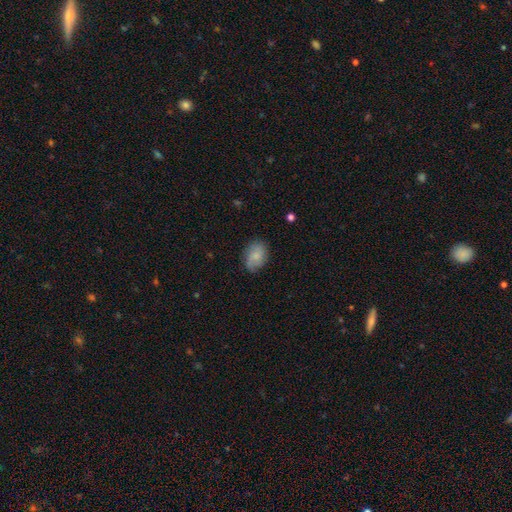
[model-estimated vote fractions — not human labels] The model was most divided on "how rounded": in between: 75%, round: 24%, cigar-shaped: 1%. More confident: smooth or featured — smooth (75%); merging — none (74%).